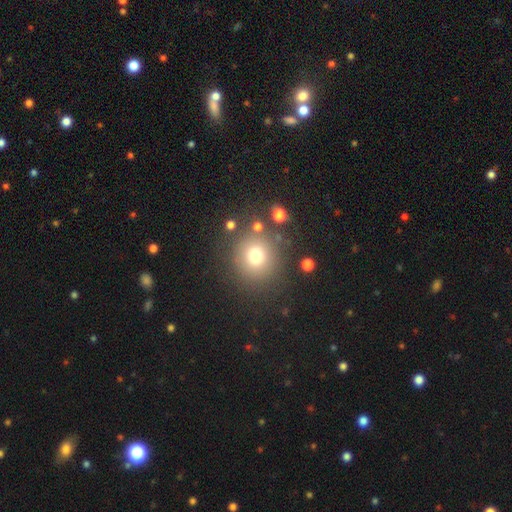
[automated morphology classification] Overall: smooth (73%). How rounded: round (91%). Merging: none (81%).